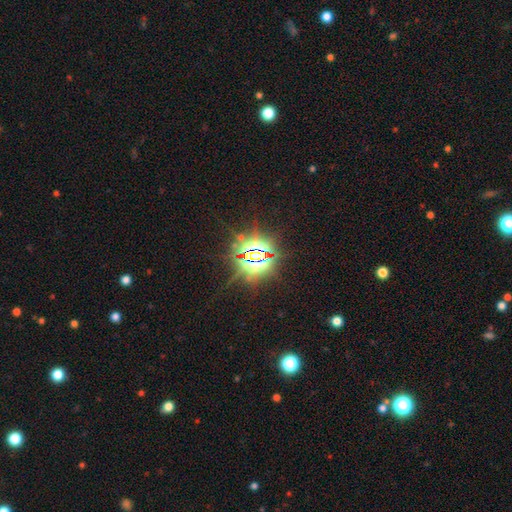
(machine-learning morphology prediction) The model was most divided on "smooth or featured": star or artifact: 82%, smooth: 10%, featured or disk: 8%.